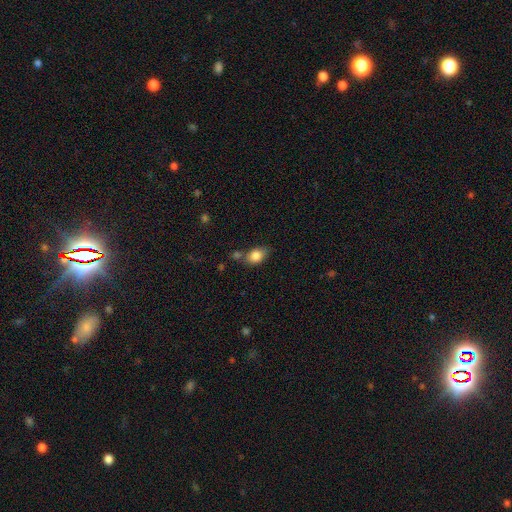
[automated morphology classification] This is clearly a smooth galaxy (84%). How rounded: likely in between (75%). Merging: possibly none (60%).